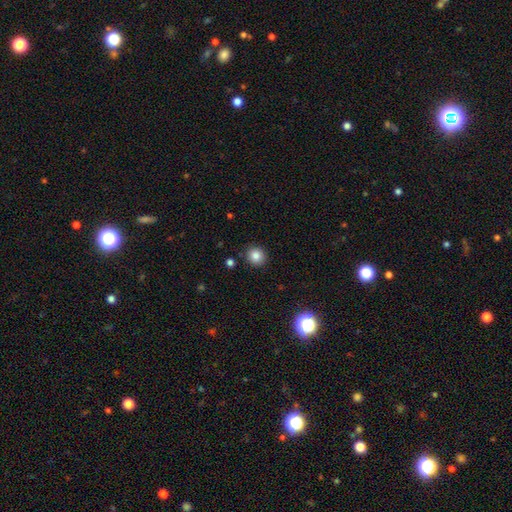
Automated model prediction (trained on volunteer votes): A smooth galaxy with no disk features (84%) that is round (91%). Merging: none (90%).